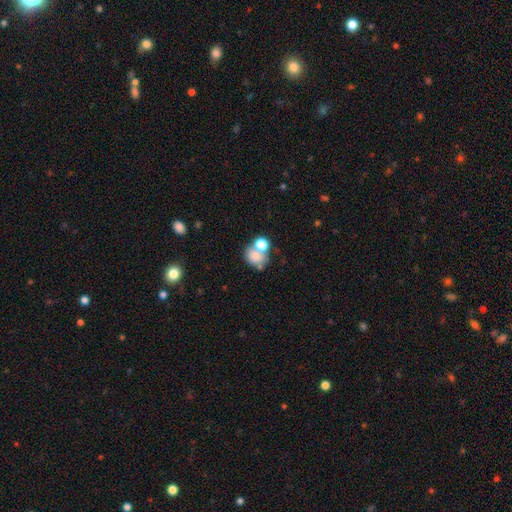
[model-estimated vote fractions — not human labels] This is likely a smooth galaxy (72%). How rounded: possibly round (57%). Merging: marginally merger (43%).